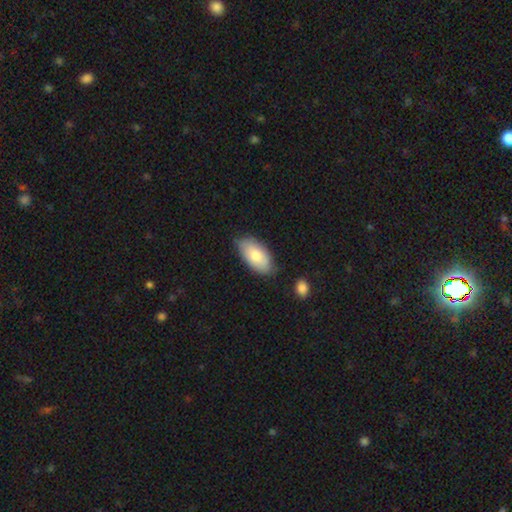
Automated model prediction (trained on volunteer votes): Morphology: type=smooth (76%); roundness=in between (94%); merging=none (72%).